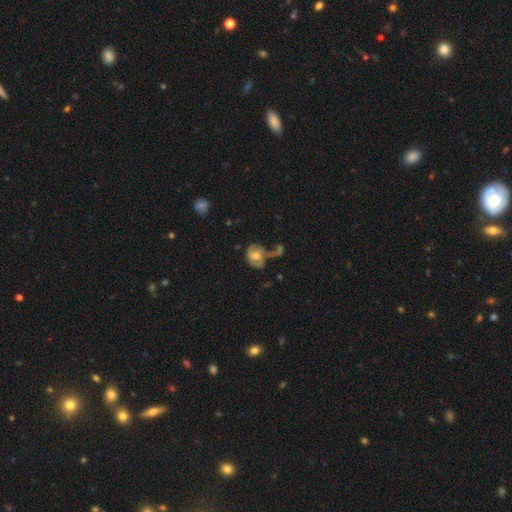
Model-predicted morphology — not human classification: Smooth or featured? smooth (48%)
Merging? major disturbance (32%)